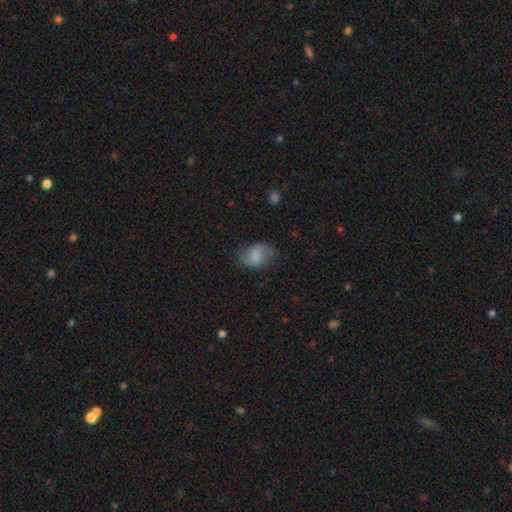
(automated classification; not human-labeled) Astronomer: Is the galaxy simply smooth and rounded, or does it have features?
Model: smooth — 68%.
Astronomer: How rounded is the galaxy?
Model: in between — 80%.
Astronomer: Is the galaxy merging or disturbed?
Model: none — 67%.